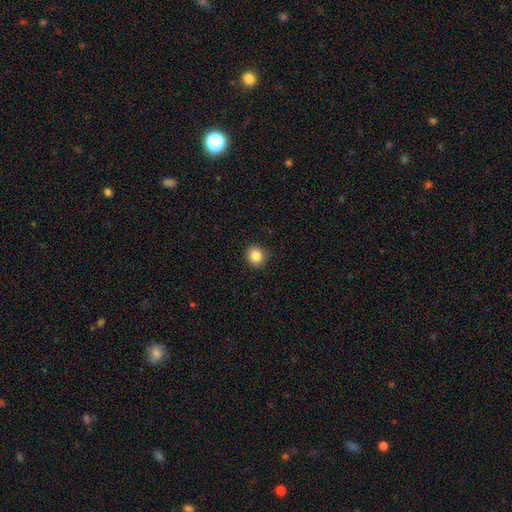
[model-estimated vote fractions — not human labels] Morphology: type=smooth (85%); roundness=round (83%); merging=none (91%).